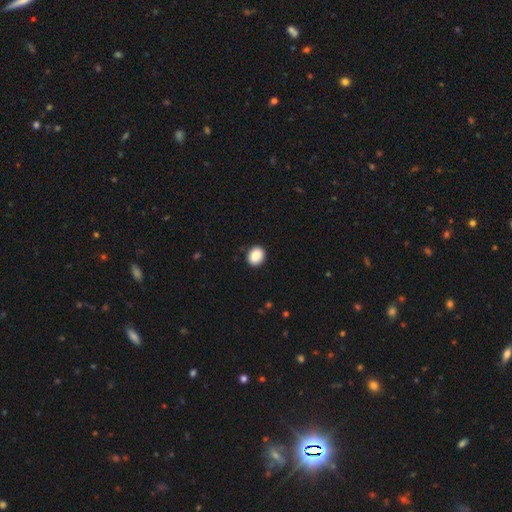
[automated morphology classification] A smooth galaxy with no disk features (89%) that is in between round and cigar-shaped (50%, tied with round). Merging: none (90%).